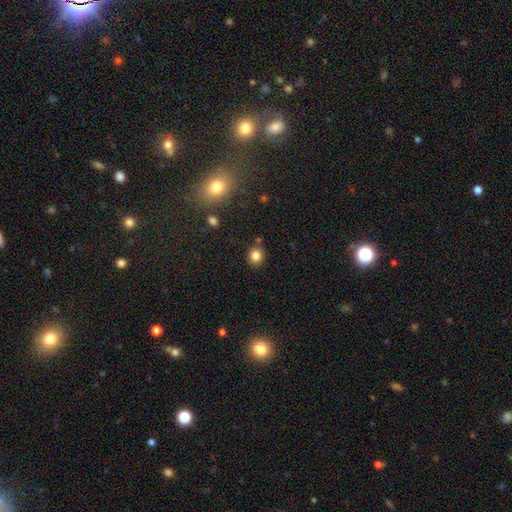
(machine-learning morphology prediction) smooth_or_featured: smooth (p=0.82) [alt: star or artifact p=0.12]
how_rounded: round (p=0.79) [alt: in between p=0.20]
merging: none (p=0.85) [alt: minor disturbance p=0.09]